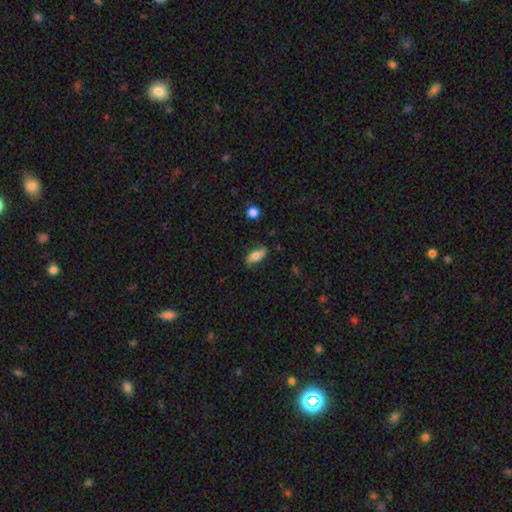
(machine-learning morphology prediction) Overall: smooth (67%). How rounded: in between (75%). Merging: none (74%).